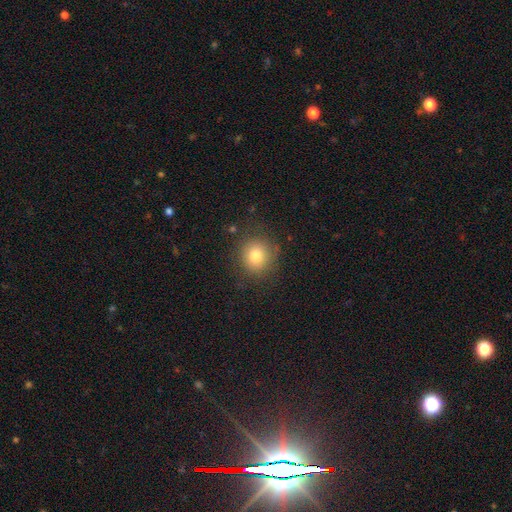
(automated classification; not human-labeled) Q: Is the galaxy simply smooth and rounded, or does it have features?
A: smooth — 79%.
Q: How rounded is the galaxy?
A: round — 89%.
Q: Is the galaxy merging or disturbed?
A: none — 84%.